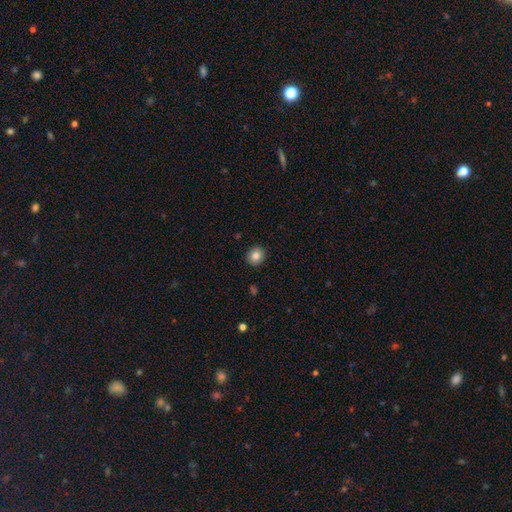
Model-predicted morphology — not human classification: The model was most divided on "how rounded": round: 83%, in between: 16%, cigar-shaped: 1%. More confident: merging — none (91%); smooth or featured — smooth (84%).